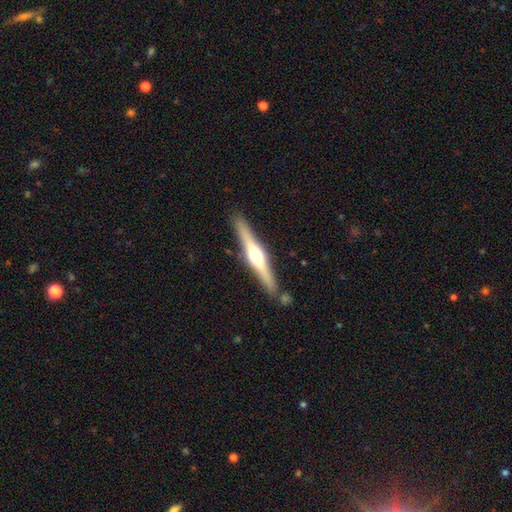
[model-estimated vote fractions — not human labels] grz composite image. It shows a featured or disk galaxy (72%) viewed edge-on (97%) with a rounded central bulge (93%). Merging: none (87%).